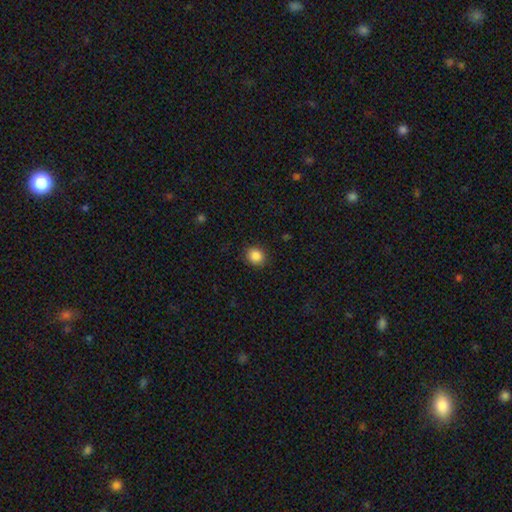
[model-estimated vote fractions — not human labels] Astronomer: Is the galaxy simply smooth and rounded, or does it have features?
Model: smooth — 87%.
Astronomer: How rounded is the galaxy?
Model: round — 80%.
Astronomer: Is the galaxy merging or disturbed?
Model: none — 89%.